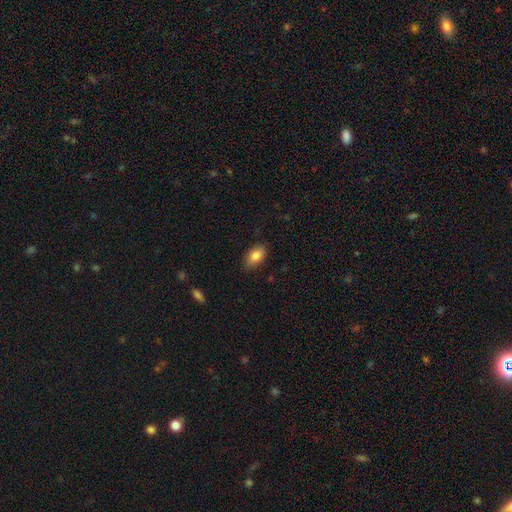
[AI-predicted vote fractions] Smooth or featured? Predicted: smooth (p=0.85). How rounded? Predicted: in between (p=0.91). Merging? Predicted: none (p=0.85).